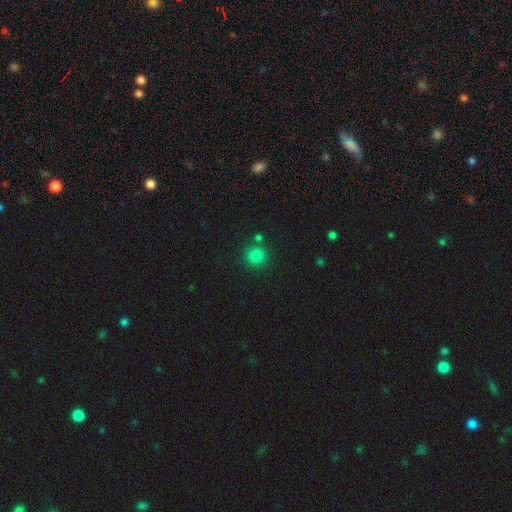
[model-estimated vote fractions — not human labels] Smooth or featured: smooth — 82% (star or artifact — 14%)
How rounded: round — 87% (in between — 12%)
Merging: none — 77% (minor disturbance — 10%)